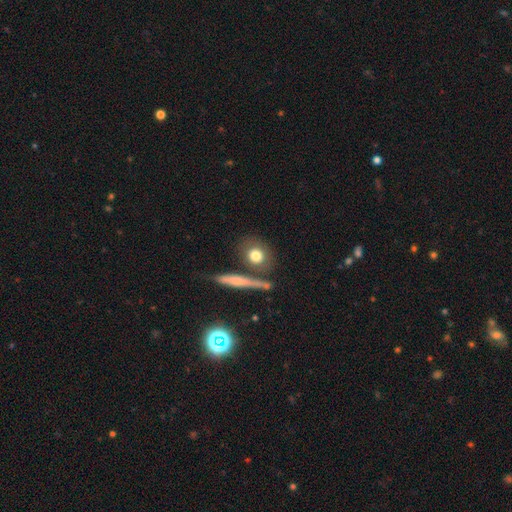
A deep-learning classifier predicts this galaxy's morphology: Smooth or featured? Predicted: smooth (p=0.75). How rounded? Predicted: round (p=0.67). Merging? Predicted: none (p=0.69).